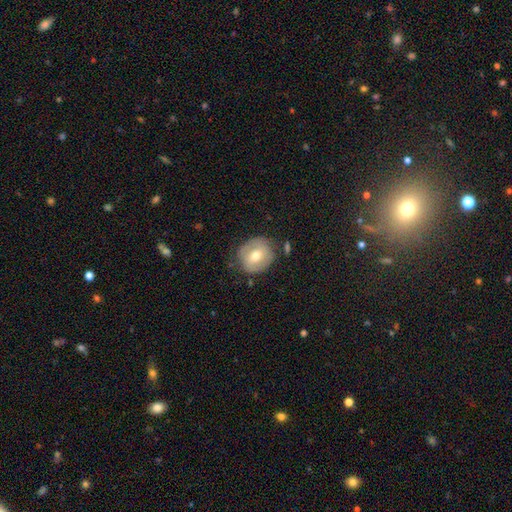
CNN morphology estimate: This is possibly a smooth galaxy (54%). How rounded: likely round (78%). Merging: likely none (75%).